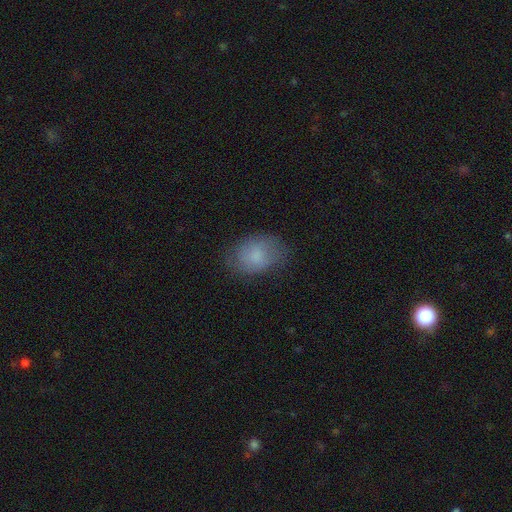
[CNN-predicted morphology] This is likely a smooth galaxy (76%). How rounded: likely in between (76%). Merging: likely none (70%).